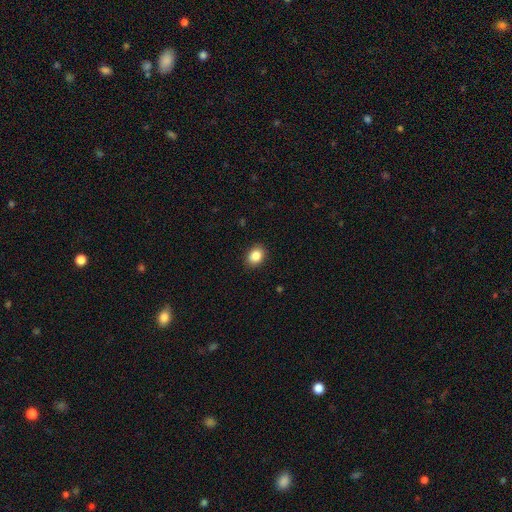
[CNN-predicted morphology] Smooth or featured? smooth (86%)
How rounded? in between (57%)
Merging? none (90%)